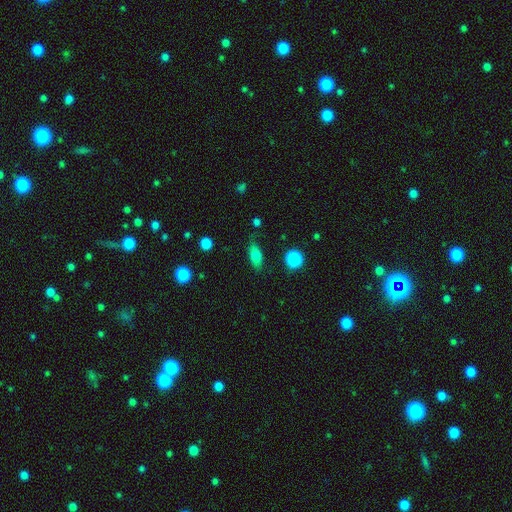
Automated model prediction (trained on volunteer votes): The model was most divided on "merging": none: 75%, minor disturbance: 18%, major disturbance: 5%, merger: 2%. More confident: how rounded — in between (78%); smooth or featured — smooth (76%).